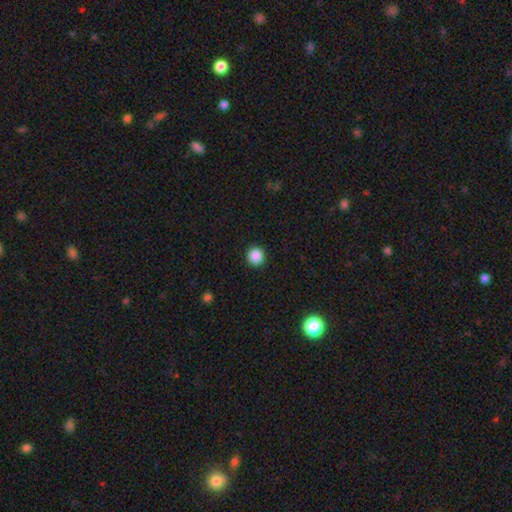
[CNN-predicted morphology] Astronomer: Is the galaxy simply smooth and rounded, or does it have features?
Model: smooth — 88%.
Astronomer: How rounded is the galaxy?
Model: round — 95%.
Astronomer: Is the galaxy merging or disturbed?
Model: none — 93%.